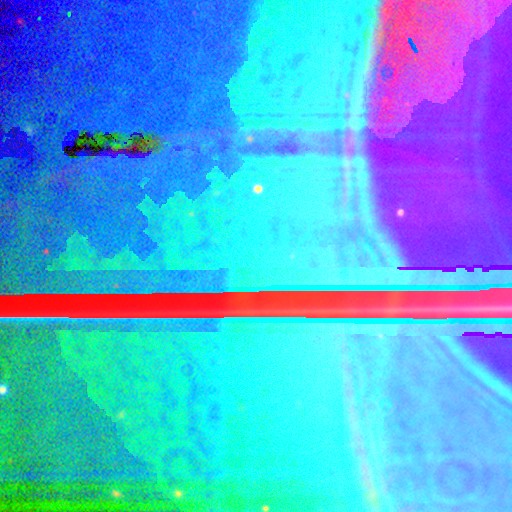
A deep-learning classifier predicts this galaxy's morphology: A star or artifact, not a galaxy (88%).

Vote fractions:
- Smooth or featured? star or artifact: 88% / featured or disk: 7% / smooth: 6%